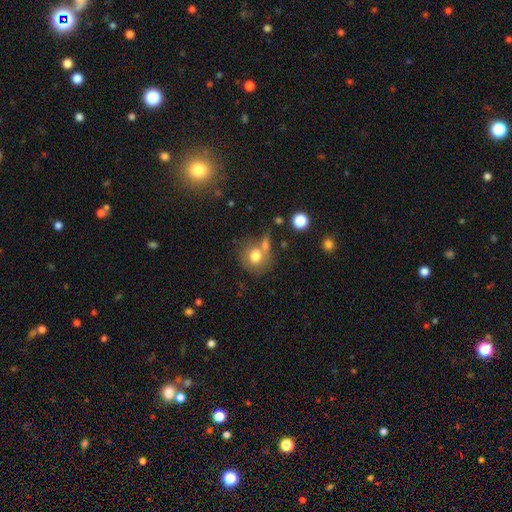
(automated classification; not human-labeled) Smooth or featured: smooth — 76% (featured or disk — 14%)
How rounded: round — 80% (in between — 19%)
Merging: none — 52% (merger — 27%)